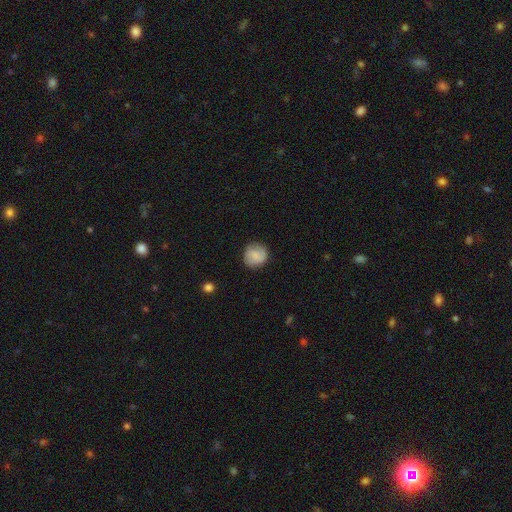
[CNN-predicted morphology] Smooth or featured? Predicted: smooth (p=0.75). How rounded? Predicted: round (p=0.90). Merging? Predicted: none (p=0.85).